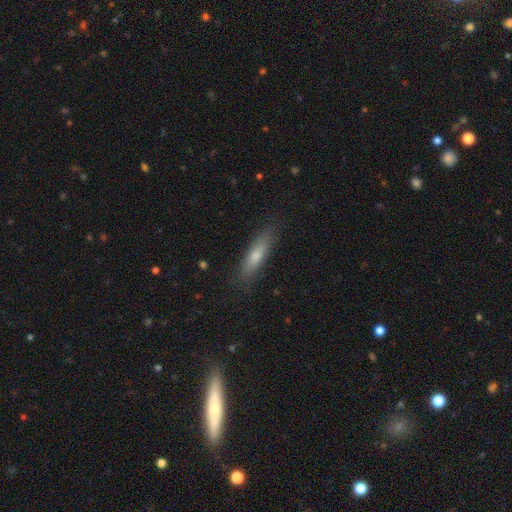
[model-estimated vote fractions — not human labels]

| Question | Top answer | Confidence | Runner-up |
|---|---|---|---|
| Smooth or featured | smooth | 67% | featured or disk (25%) |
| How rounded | cigar-shaped | 70% | in between (28%) |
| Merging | none | 84% | minor disturbance (12%) |